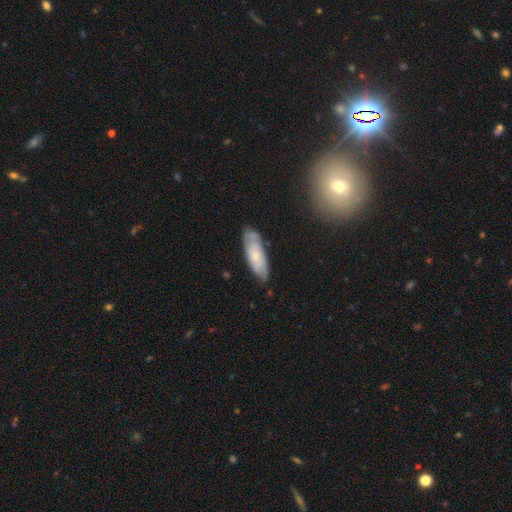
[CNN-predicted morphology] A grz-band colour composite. It shows a smooth galaxy with no disk features (54%) that is in between round and cigar-shaped (63%). Merging: none (69%).